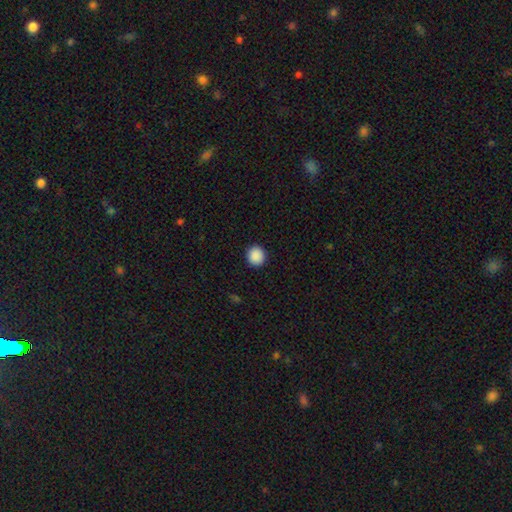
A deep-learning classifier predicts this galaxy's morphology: Smooth or featured? smooth (90%)
How rounded? round (91%)
Merging? none (92%)